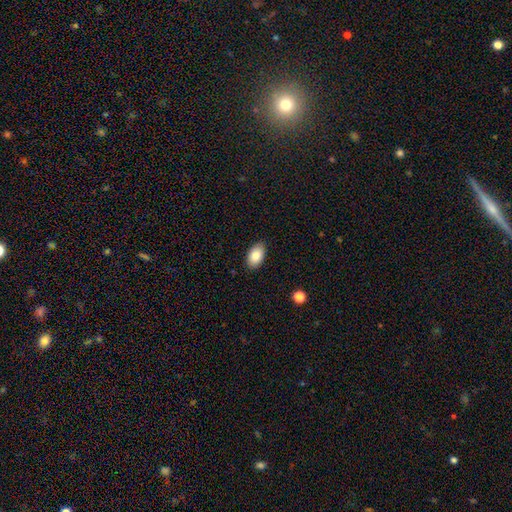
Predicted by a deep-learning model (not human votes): Q: Smooth or featured?
A: smooth (85%); runner-up: featured or disk (8%)
Q: How rounded?
A: in between (94%); runner-up: round (5%)
Q: Merging?
A: none (87%); runner-up: minor disturbance (10%)